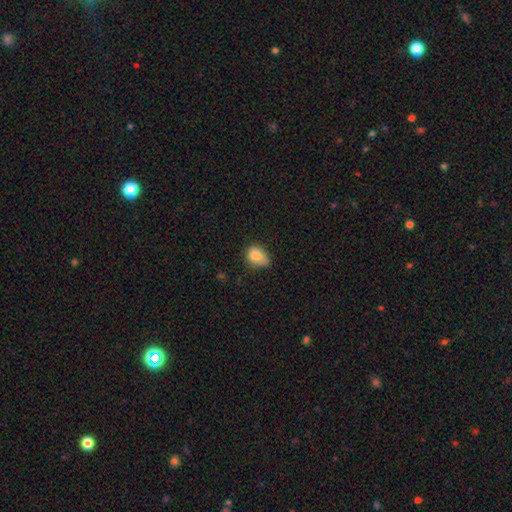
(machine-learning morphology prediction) Smooth or featured?
  - smooth: 82% *
  - featured or disk: 9%
  - star or artifact: 9%
How rounded?
  - in between: 73% *
  - round: 26%
  - cigar-shaped: 1%
Merging?
  - none: 47% *
  - minor disturbance: 39%
  - major disturbance: 10%
  - merger: 4%